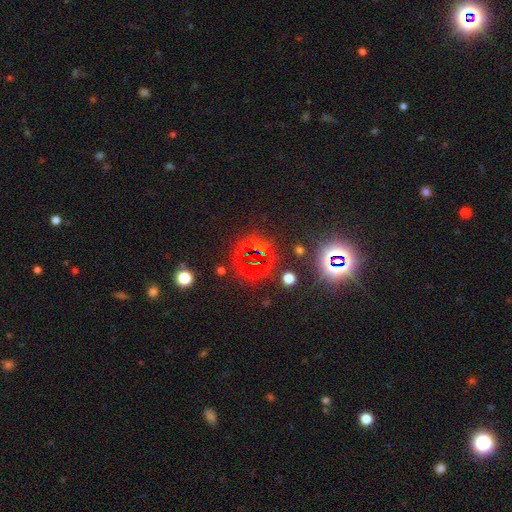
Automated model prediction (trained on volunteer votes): This appears to be a star or artifact, not a galaxy (75%).